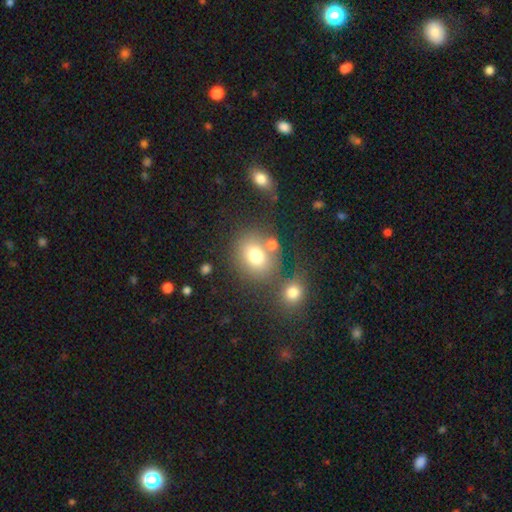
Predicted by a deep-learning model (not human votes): Q: Smooth or featured?
A: smooth (74%); runner-up: star or artifact (13%)
Q: How rounded?
A: round (65%); runner-up: in between (34%)
Q: Merging?
A: none (60%); runner-up: merger (22%)